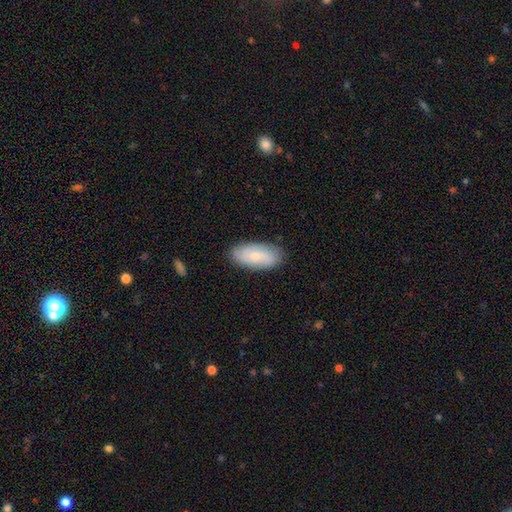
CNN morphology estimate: type=smooth (73%); roundness=in between (90%); merging=none (84%).